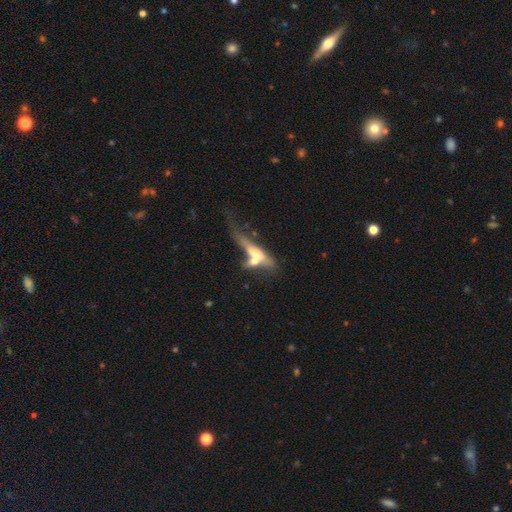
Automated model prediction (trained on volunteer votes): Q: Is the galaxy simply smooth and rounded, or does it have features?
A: featured or disk — 46%, tied with smooth.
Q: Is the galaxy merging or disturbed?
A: merger — 51%.